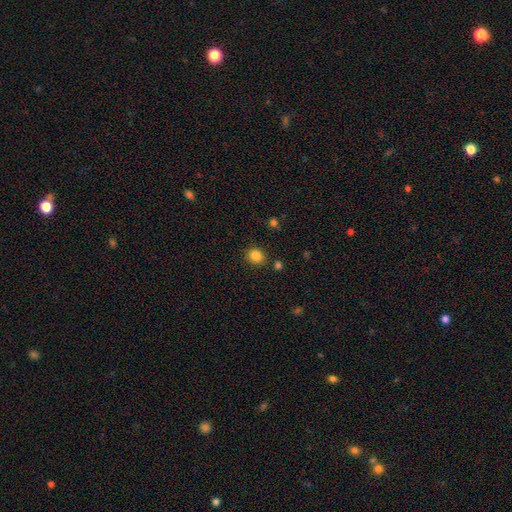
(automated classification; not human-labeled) Smooth or featured?
  - smooth: 85% *
  - star or artifact: 11%
  - featured or disk: 4%
How rounded?
  - round: 67% *
  - in between: 32%
  - cigar-shaped: 1%
Merging?
  - none: 84% *
  - minor disturbance: 10%
  - merger: 4%
  - major disturbance: 3%